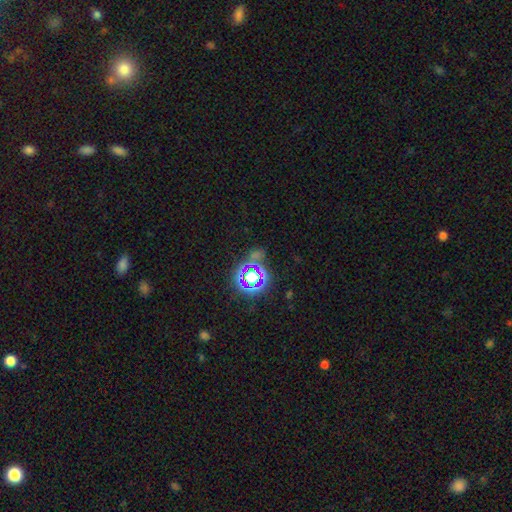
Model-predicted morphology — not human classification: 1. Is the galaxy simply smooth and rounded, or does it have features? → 69% star or artifact, 21% smooth, 10% featured or disk.